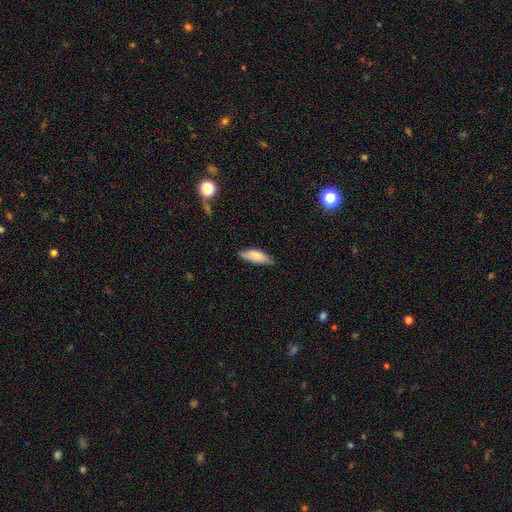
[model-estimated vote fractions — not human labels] smooth-or-featured: smooth: 81% | featured or disk: 13% | star or artifact: 6%
  how-rounded: in between: 67% | cigar-shaped: 31% | round: 2%
  merging: none: 73% | minor disturbance: 22% | major disturbance: 3% | merger: 1%